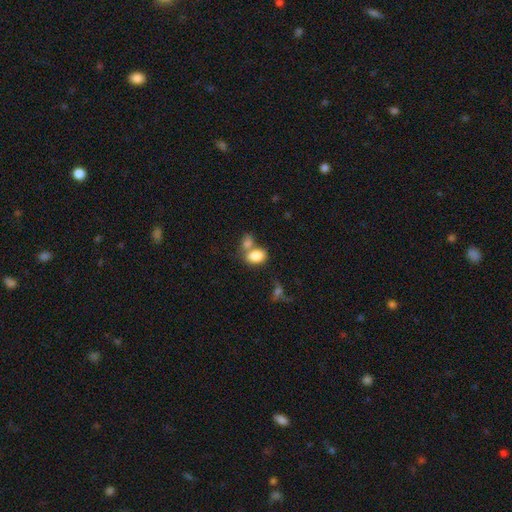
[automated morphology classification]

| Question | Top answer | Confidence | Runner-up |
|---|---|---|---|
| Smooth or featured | smooth | 83% | featured or disk (9%) |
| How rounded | in between | 83% | round (15%) |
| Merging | merger | 49% | none (35%) |